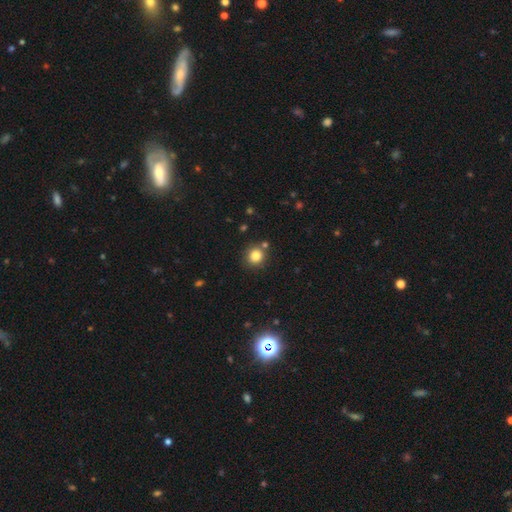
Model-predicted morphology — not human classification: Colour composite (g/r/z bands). It shows a smooth galaxy with no disk features (83%) that is round (90%). Merging: none (81%).